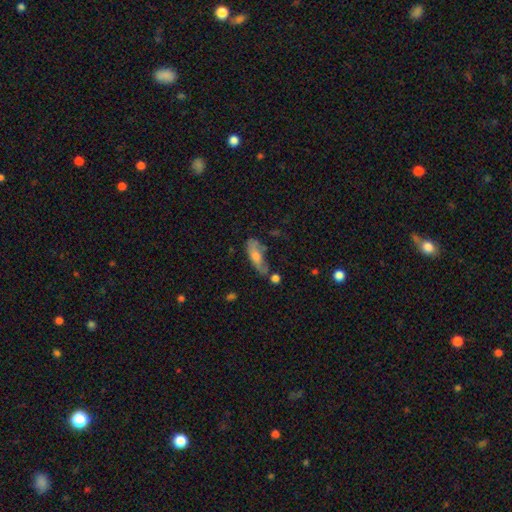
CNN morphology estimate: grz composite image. It shows a smooth galaxy with no disk features (59%) that is in between round and cigar-shaped (64%). Merging: none (47%).